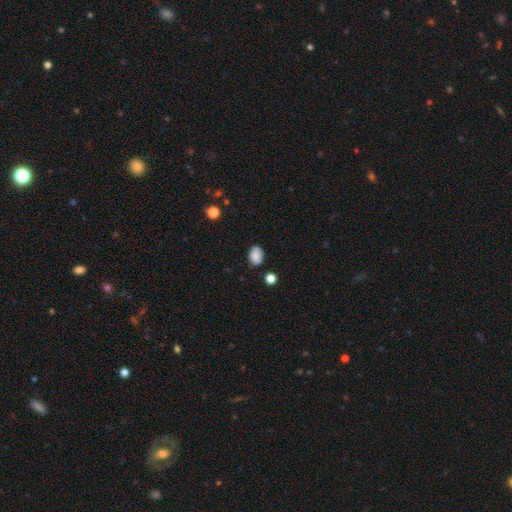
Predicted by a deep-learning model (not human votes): Q: Smooth or featured?
A: smooth (84%); runner-up: star or artifact (9%)
Q: How rounded?
A: in between (73%); runner-up: round (26%)
Q: Merging?
A: none (76%); runner-up: minor disturbance (18%)